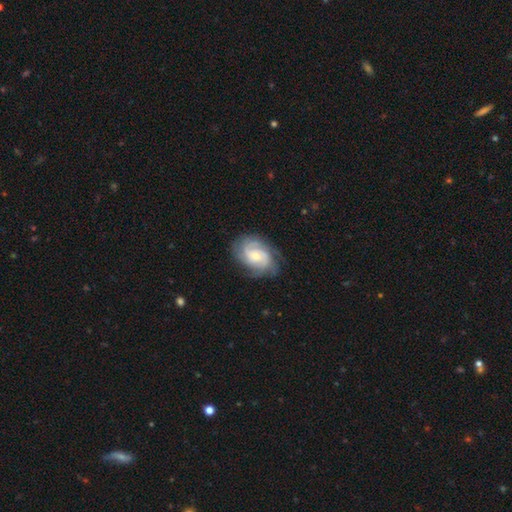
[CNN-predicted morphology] Smooth or featured: featured or disk — 81% (smooth — 14%)
Edge-on disk: no — 97% (yes — 3%)
Bar: no — 64% (weak — 31%)
Spiral arms: yes — 96% (no — 4%)
Spiral winding: tight — 56% (medium — 35%)
Spiral arm count: 3 — 30% (2 — 26%)
Bulge size: small — 54% (moderate — 40%)
Merging: none — 74% (minor disturbance — 18%)